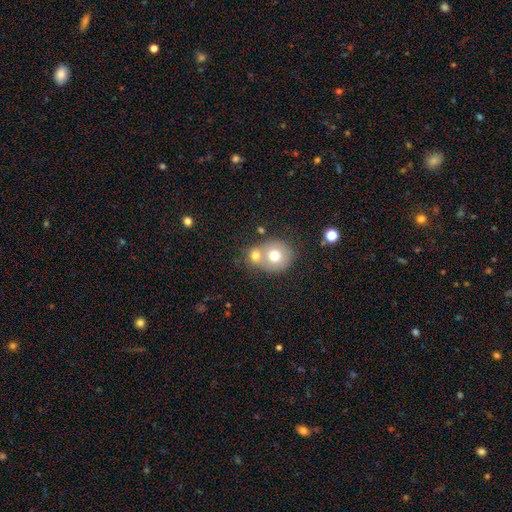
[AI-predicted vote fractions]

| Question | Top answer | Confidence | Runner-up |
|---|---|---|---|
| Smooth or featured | smooth | 71% | featured or disk (18%) |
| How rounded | round | 79% | in between (20%) |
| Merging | merger | 55% | none (35%) |